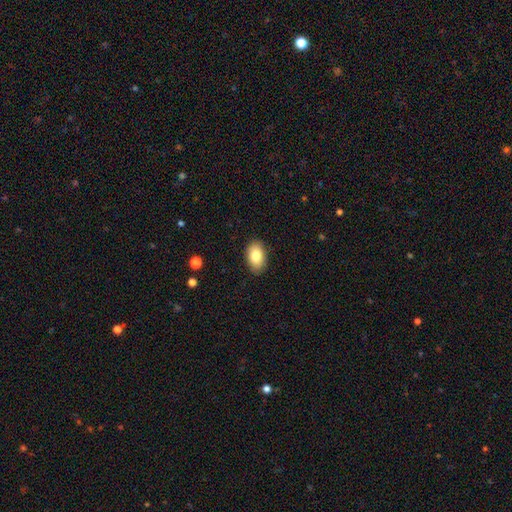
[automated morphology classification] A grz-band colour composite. It shows a smooth galaxy with no disk features (84%) that is in between round and cigar-shaped (92%). Merging: none (87%).